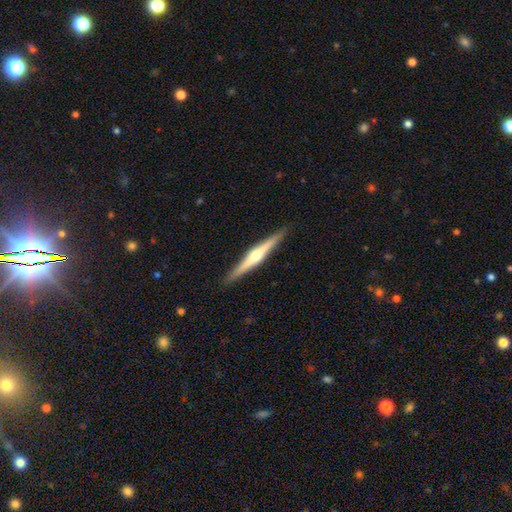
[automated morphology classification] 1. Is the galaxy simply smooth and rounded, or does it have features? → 74% featured or disk, 21% smooth, 5% star or artifact.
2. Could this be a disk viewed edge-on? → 98% yes, 2% no.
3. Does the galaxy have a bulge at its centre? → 90% rounded, 6% none, 5% boxy.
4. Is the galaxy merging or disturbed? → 91% none, 6% minor disturbance, 1% major disturbance, 1% merger.